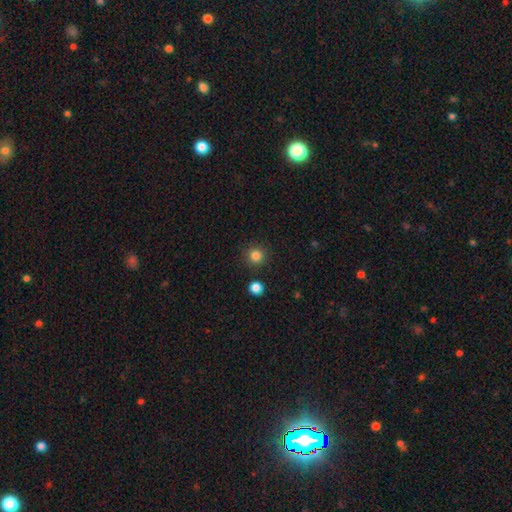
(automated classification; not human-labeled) Smooth or featured?
  - smooth: 83% *
  - star or artifact: 13%
  - featured or disk: 4%
How rounded?
  - round: 94% *
  - in between: 5%
  - cigar-shaped: 1%
Merging?
  - none: 89% *
  - minor disturbance: 6%
  - merger: 3%
  - major disturbance: 2%